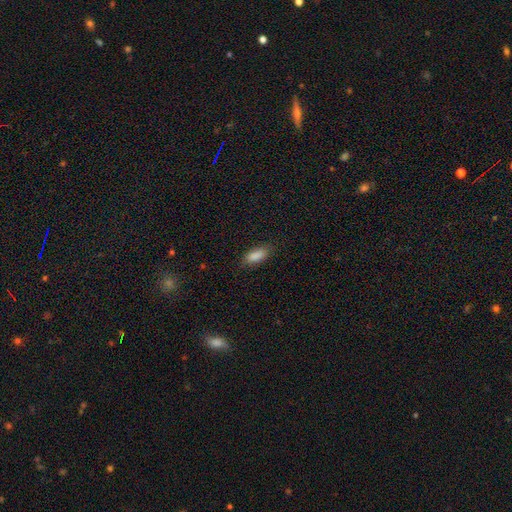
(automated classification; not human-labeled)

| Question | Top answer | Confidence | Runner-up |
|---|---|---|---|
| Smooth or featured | smooth | 88% | star or artifact (7%) |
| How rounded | in between | 80% | cigar-shaped (18%) |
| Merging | none | 81% | minor disturbance (14%) |